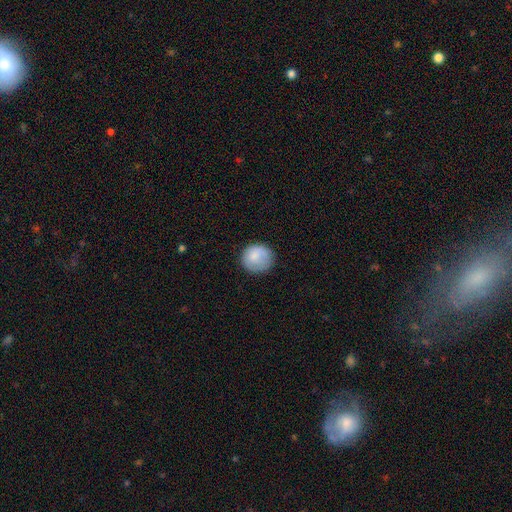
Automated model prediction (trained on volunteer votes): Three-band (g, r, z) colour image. It shows a smooth galaxy with no disk features (82%) that is round (86%). Merging: none (77%).